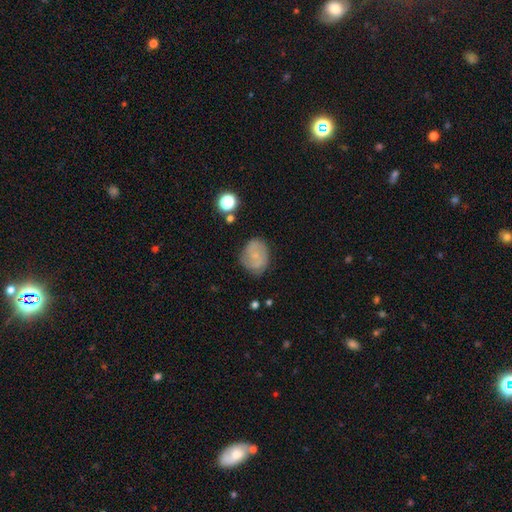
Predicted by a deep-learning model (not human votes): Overall: smooth (52%; featured or disk 38%). How rounded: round (51%; in between 48%). Merging: none (69%).